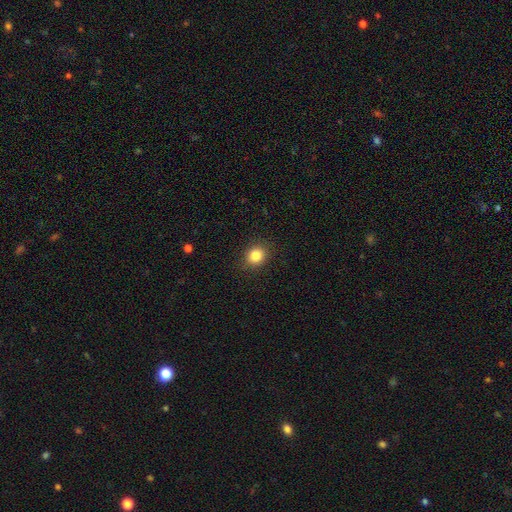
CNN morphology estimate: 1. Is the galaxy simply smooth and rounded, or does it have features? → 84% smooth, 11% star or artifact, 5% featured or disk.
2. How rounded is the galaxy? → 71% round, 28% in between, 1% cigar-shaped.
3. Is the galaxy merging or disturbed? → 89% none, 8% minor disturbance, 2% major disturbance, 1% merger.